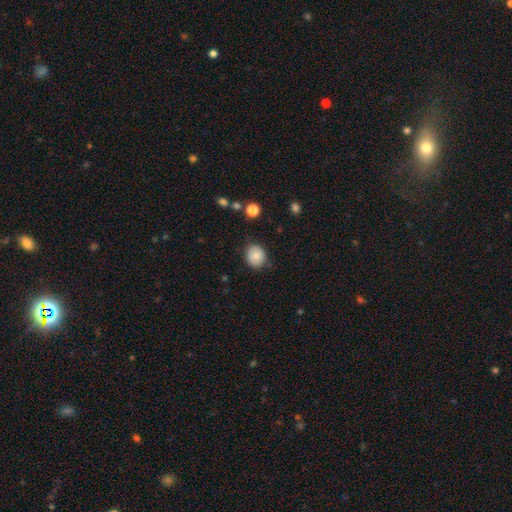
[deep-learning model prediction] A smooth galaxy with no disk features (81%) that is round (75%). Merging: none (79%).